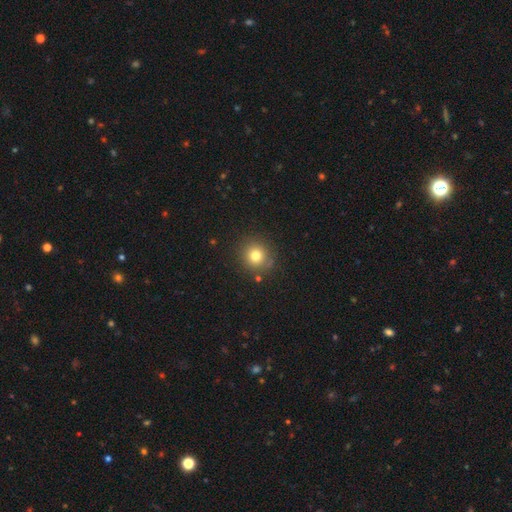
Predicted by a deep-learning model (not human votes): Q: Smooth or featured?
A: smooth (77%); runner-up: star or artifact (14%)
Q: How rounded?
A: round (92%); runner-up: in between (7%)
Q: Merging?
A: none (85%); runner-up: minor disturbance (9%)